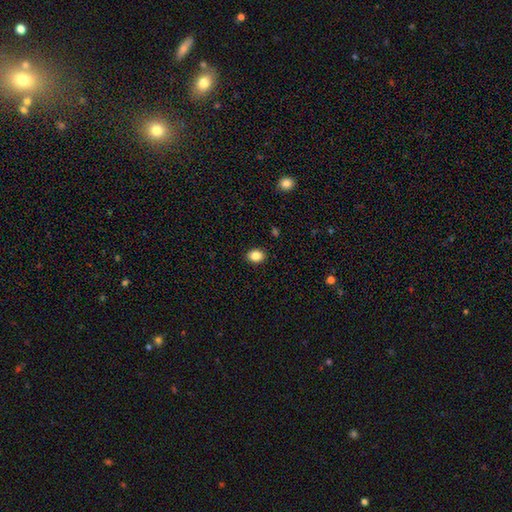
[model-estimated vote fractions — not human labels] This is clearly a smooth galaxy (86%). How rounded: possibly in between (55%). Merging: clearly none (90%).